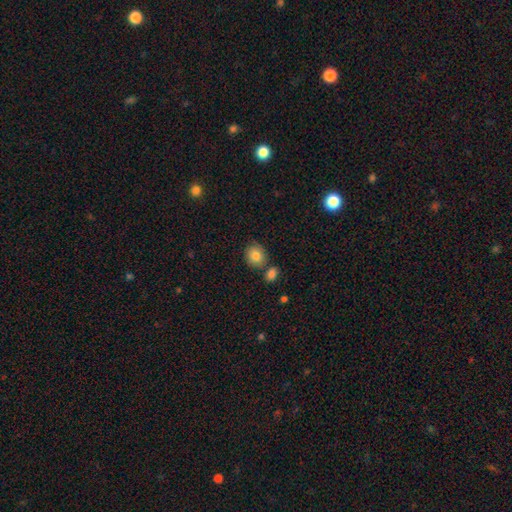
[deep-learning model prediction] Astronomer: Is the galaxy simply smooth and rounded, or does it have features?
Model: smooth — 84%.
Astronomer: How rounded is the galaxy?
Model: round — 76%.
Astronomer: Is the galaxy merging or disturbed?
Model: none — 73%.